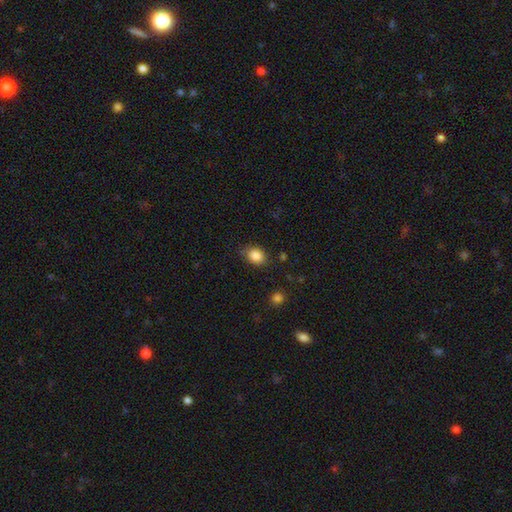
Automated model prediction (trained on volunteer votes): Q: Smooth or featured?
A: smooth (86%); runner-up: star or artifact (9%)
Q: How rounded?
A: in between (64%); runner-up: round (35%)
Q: Merging?
A: none (78%); runner-up: minor disturbance (16%)